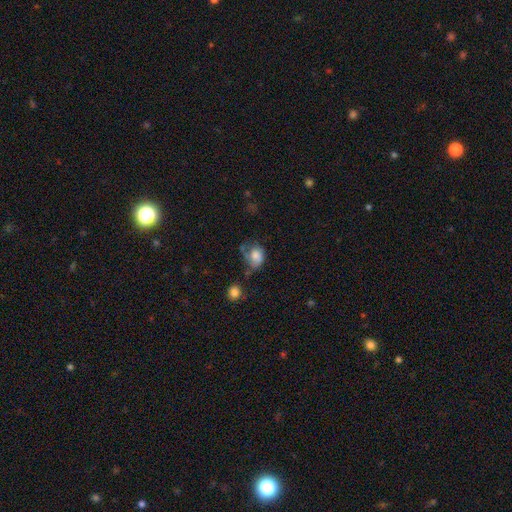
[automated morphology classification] A smooth galaxy with no disk features (68%) that is in between round and cigar-shaped (51%). Merging: major disturbance (31%).